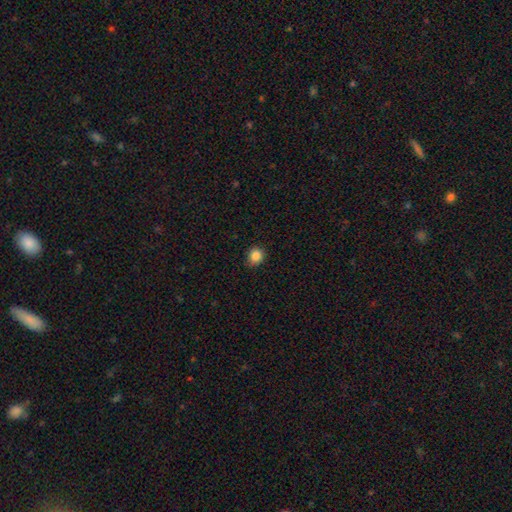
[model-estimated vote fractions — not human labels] Q: Smooth or featured?
A: smooth (85%); runner-up: star or artifact (11%)
Q: How rounded?
A: round (79%); runner-up: in between (20%)
Q: Merging?
A: none (87%); runner-up: minor disturbance (10%)